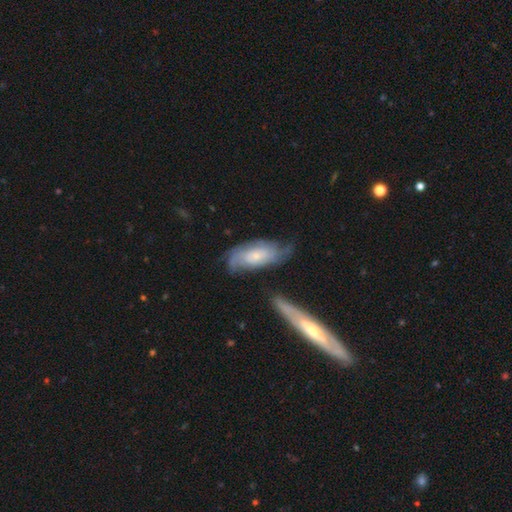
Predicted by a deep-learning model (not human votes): smooth_or_featured: featured or disk (p=0.73) [alt: smooth p=0.21]
disk_edge_on: no (p=0.89) [alt: yes p=0.11]
bar: no (p=0.69) [alt: weak p=0.26]
has_spiral_arms: yes (p=0.92) [alt: no p=0.08]
spiral_winding: tight (p=0.54) [alt: medium p=0.34]
spiral_arm_count: can't tell (p=0.38) [alt: 2 p=0.37]
bulge_size: small (p=0.67) [alt: moderate p=0.24]
merging: none (p=0.64) [alt: minor disturbance p=0.21]